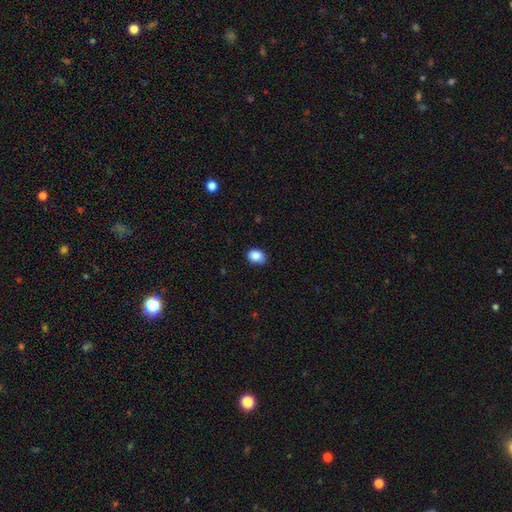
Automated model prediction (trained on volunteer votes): Q: Smooth or featured?
A: smooth (87%); runner-up: star or artifact (9%)
Q: How rounded?
A: in between (64%); runner-up: round (35%)
Q: Merging?
A: none (77%); runner-up: minor disturbance (19%)